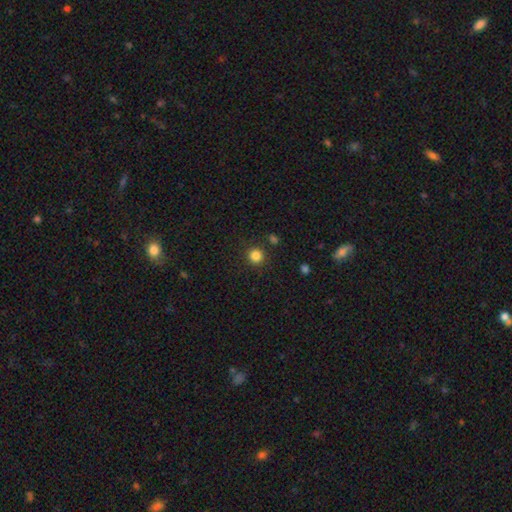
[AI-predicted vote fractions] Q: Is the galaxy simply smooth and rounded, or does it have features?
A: smooth — 83%.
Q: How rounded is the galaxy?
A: round — 94%.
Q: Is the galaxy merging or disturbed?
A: none — 89%.